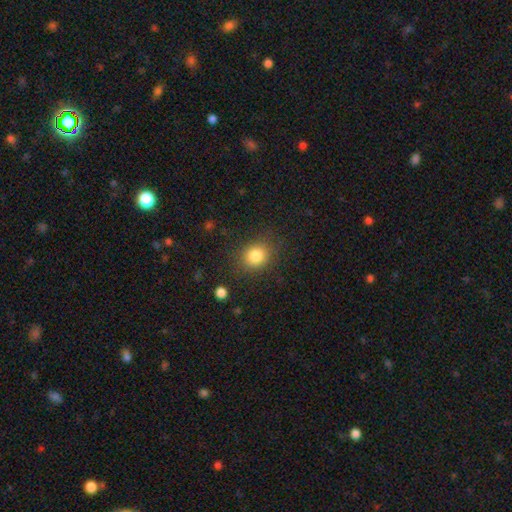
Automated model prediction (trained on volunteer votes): Smooth or featured?
  - smooth: 83% *
  - star or artifact: 11%
  - featured or disk: 6%
How rounded?
  - round: 70% *
  - in between: 29%
  - cigar-shaped: 1%
Merging?
  - none: 83% *
  - minor disturbance: 11%
  - major disturbance: 4%
  - merger: 2%